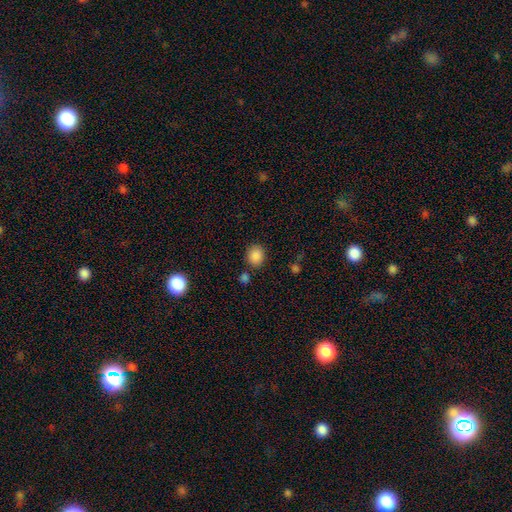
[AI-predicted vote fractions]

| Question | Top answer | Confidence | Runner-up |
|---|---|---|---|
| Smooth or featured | smooth | 87% | star or artifact (10%) |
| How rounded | round | 68% | in between (31%) |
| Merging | none | 81% | minor disturbance (10%) |